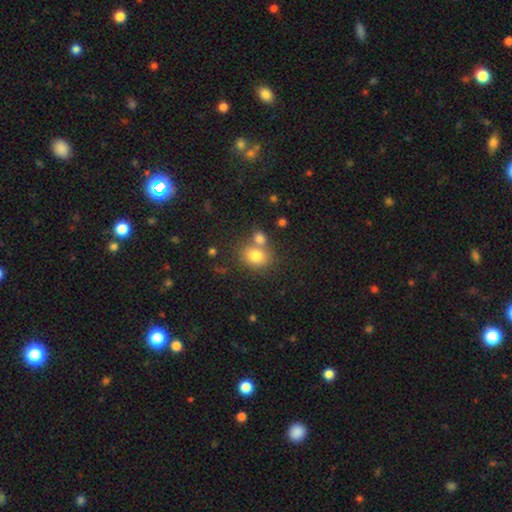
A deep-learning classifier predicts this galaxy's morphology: smooth_or_featured: smooth (p=0.79) [alt: star or artifact p=0.11]
how_rounded: in between (p=0.50) [alt: round p=0.49]
merging: none (p=0.51) [alt: merger p=0.34]